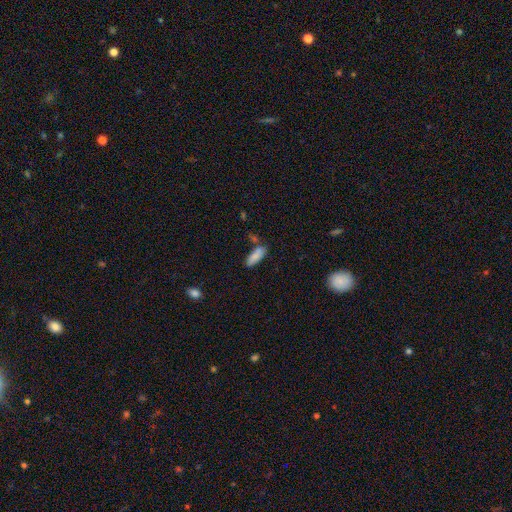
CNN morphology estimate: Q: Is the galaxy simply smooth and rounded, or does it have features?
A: smooth — 85%.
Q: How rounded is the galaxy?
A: in between — 65%.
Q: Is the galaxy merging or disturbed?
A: none — 69%.